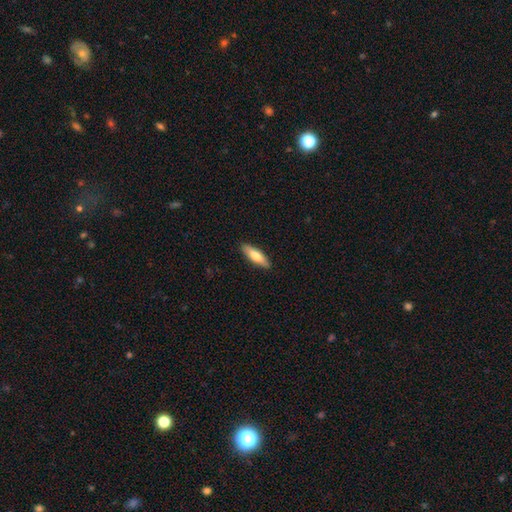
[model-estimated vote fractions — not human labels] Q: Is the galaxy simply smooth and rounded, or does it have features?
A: smooth — 74%.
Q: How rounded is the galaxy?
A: cigar-shaped — 52%.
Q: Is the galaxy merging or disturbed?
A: none — 88%.